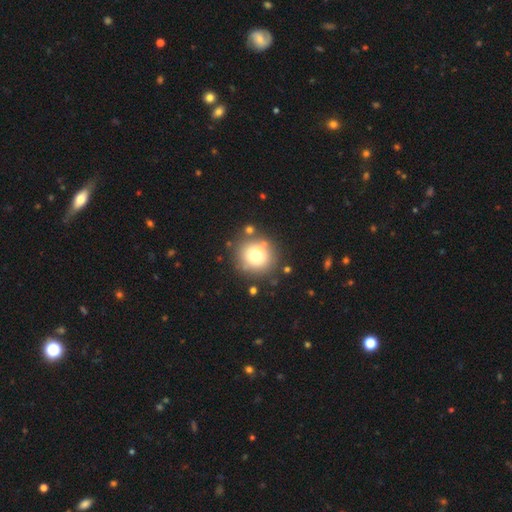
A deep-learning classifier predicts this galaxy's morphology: smooth 72%, featured or disk 15%, star or artifact 12%. Down the decision tree: how rounded — round (92%); merging — none (79%).